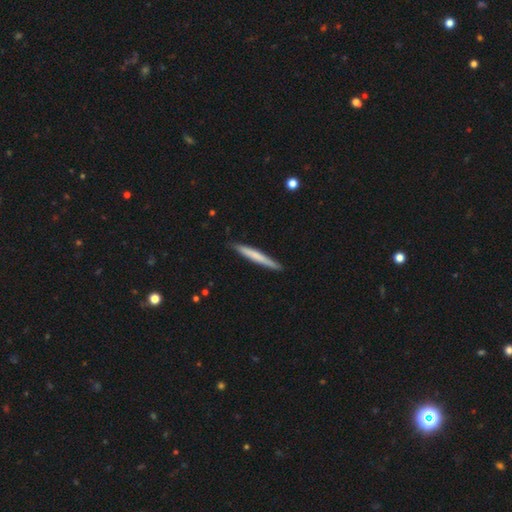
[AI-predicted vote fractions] Overall: smooth (63%; featured or disk 32%). How rounded: cigar-shaped (96%). Merging: none (88%).